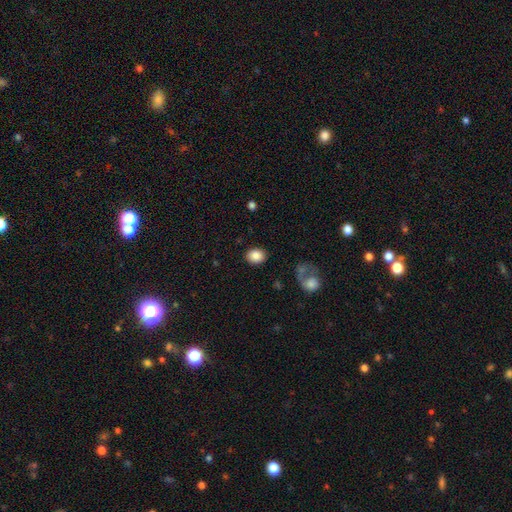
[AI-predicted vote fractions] Smooth or featured? smooth (86%)
How rounded? round (52%)
Merging? none (86%)